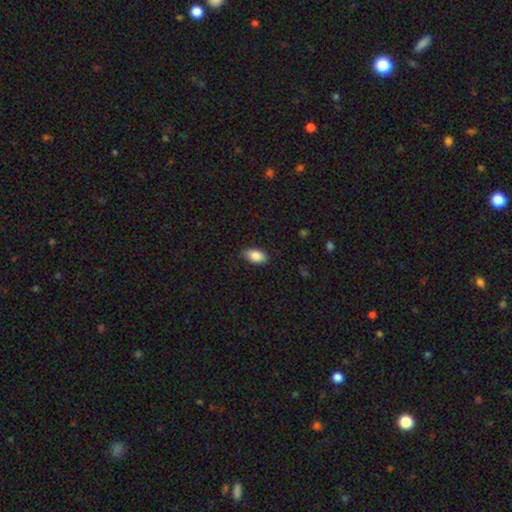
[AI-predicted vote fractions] smooth_or_featured: smooth (p=0.87) [alt: star or artifact p=0.07]
how_rounded: in between (p=0.93) [alt: round p=0.04]
merging: none (p=0.87) [alt: minor disturbance p=0.10]